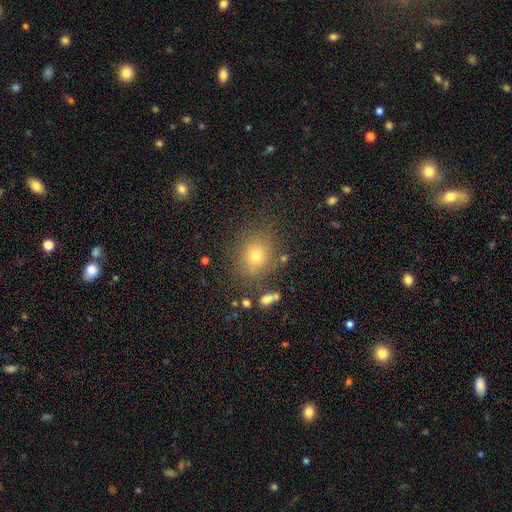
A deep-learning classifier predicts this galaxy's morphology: A smooth galaxy with no disk features (72%) that is round (56%).

Vote fractions:
- Smooth or featured? smooth: 72% / star or artifact: 17% / featured or disk: 11%
- How rounded? round: 56% / in between: 43% / cigar-shaped: 1%
- Merging? none: 81% / minor disturbance: 11% / major disturbance: 4% / merger: 4%